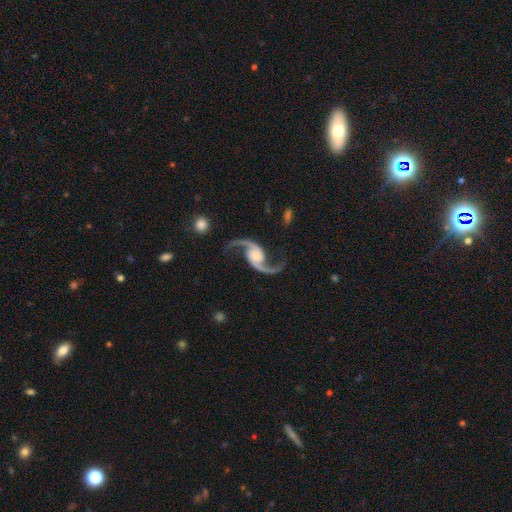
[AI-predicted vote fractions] Smooth or featured: featured or disk — 94% (star or artifact — 4%)
Edge-on disk: no — 98% (yes — 2%)
Bar: no — 63% (weak — 26%)
Spiral arms: yes — 98% (no — 2%)
Spiral winding: loose — 78% (medium — 18%)
Spiral arm count: 2 — 95% (1 — 1%)
Bulge size: small — 46% (moderate — 29%)
Merging: none — 78% (minor disturbance — 12%)